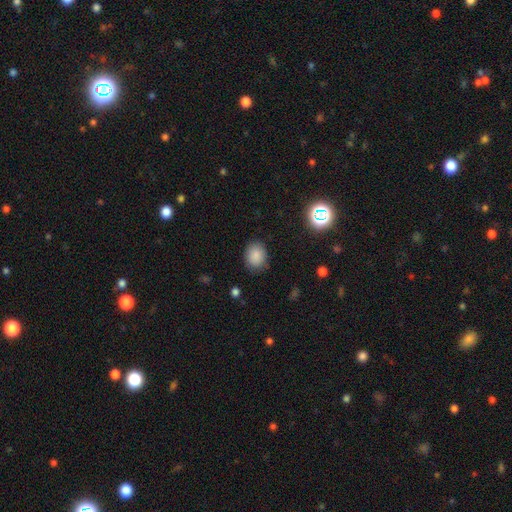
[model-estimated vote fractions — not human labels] smooth 84%, star or artifact 11%, featured or disk 5%. Down the decision tree: how rounded — round (50%); merging — none (83%).